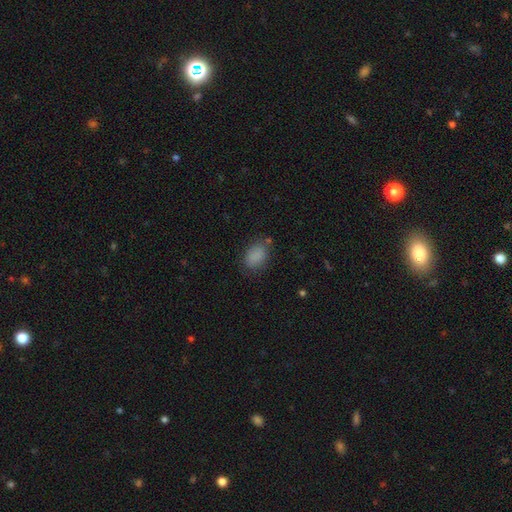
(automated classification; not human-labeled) Smooth or featured? smooth (85%)
How rounded? in between (82%)
Merging? none (74%)